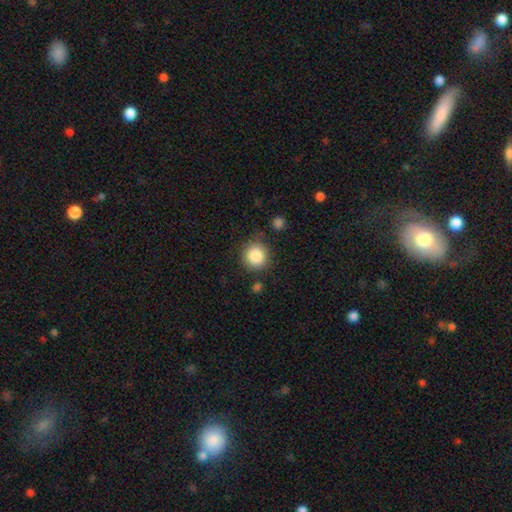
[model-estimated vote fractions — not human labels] Smooth or featured: smooth — 87% (star or artifact — 9%)
How rounded: round — 91% (in between — 9%)
Merging: none — 82% (minor disturbance — 11%)